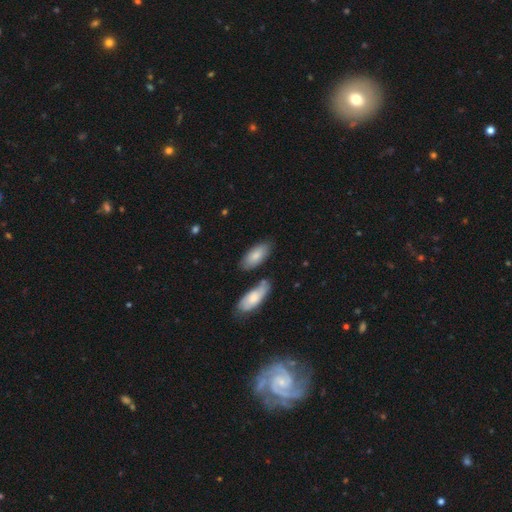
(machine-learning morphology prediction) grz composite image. It shows a smooth galaxy with no disk features (80%) that is in between round and cigar-shaped (87%). Merging: none (72%).